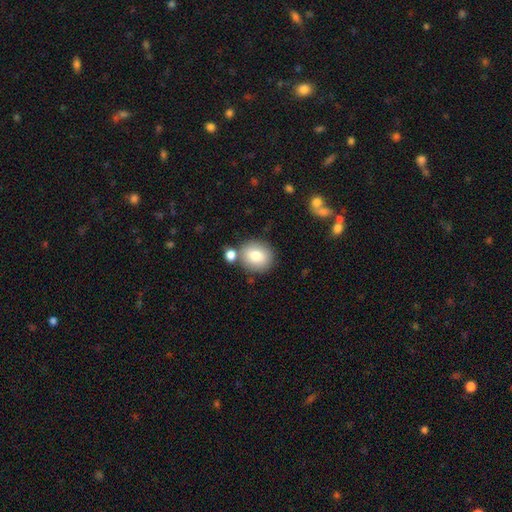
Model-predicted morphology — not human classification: smooth-or-featured: smooth: 78% | featured or disk: 13% | star or artifact: 9%
  how-rounded: round: 79% | in between: 20% | cigar-shaped: 1%
  merging: none: 72% | merger: 15% | minor disturbance: 10% | major disturbance: 3%